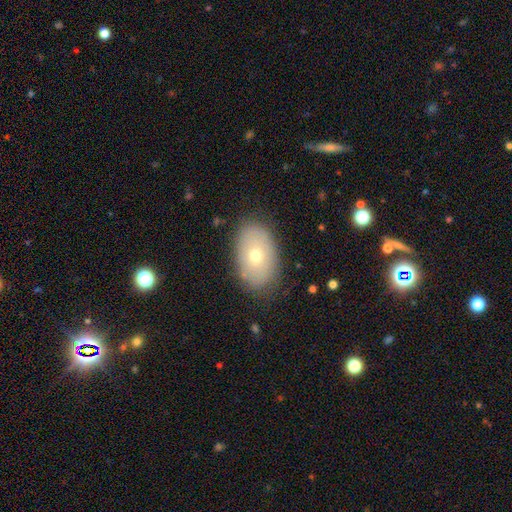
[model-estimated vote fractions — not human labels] smooth_or_featured: smooth (p=0.64) [alt: featured or disk p=0.26]
how_rounded: in between (p=0.87) [alt: round p=0.11]
merging: none (p=0.82) [alt: minor disturbance p=0.13]